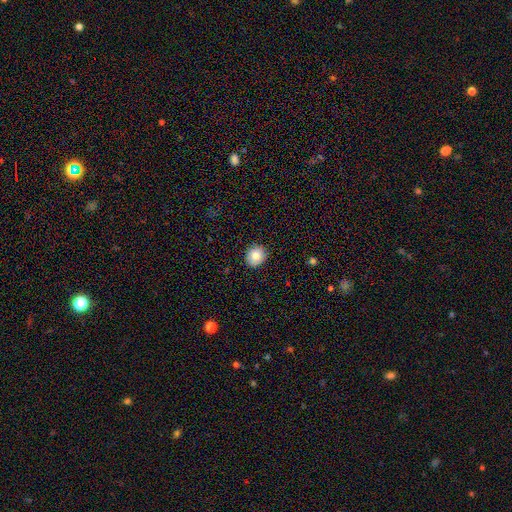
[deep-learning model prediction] A smooth galaxy with no disk features (80%) that is round (82%).

Vote fractions:
- Smooth or featured? smooth: 80% / featured or disk: 11% / star or artifact: 9%
- How rounded? round: 82% / in between: 17% / cigar-shaped: 1%
- Merging? none: 88% / minor disturbance: 9% / major disturbance: 2% / merger: 1%